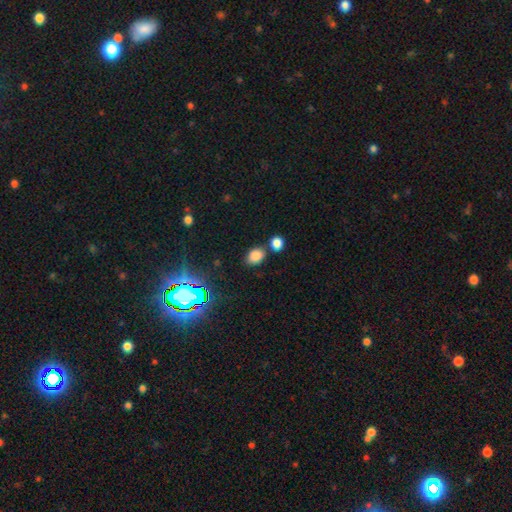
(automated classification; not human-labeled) smooth_or_featured: smooth (p=0.80) [alt: star or artifact p=0.15]
how_rounded: in between (p=0.73) [alt: round p=0.26]
merging: none (p=0.70) [alt: merger p=0.13]